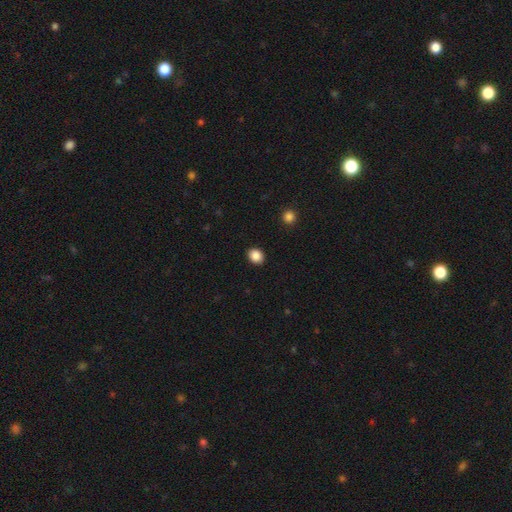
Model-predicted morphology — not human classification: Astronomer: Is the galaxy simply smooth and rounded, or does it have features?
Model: smooth — 88%.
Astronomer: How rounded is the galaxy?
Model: round — 53% (runner-up: in between, 46%).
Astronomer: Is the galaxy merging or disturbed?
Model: none — 91%.